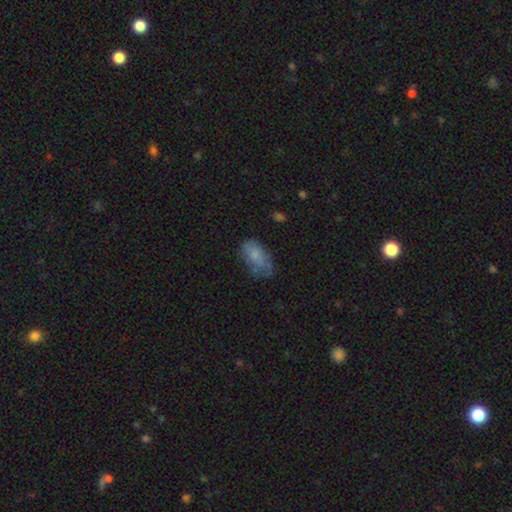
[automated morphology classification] smooth_or_featured: smooth (p=0.68) [alt: featured or disk p=0.22]
how_rounded: in between (p=0.92) [alt: round p=0.06]
merging: none (p=0.49) [alt: minor disturbance p=0.32]